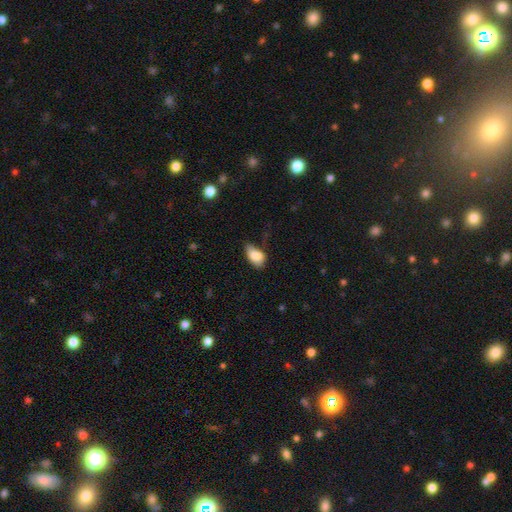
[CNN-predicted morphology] Q: Smooth or featured?
A: smooth (81%); runner-up: featured or disk (11%)
Q: How rounded?
A: in between (89%); runner-up: round (9%)
Q: Merging?
A: minor disturbance (42%); runner-up: none (36%)